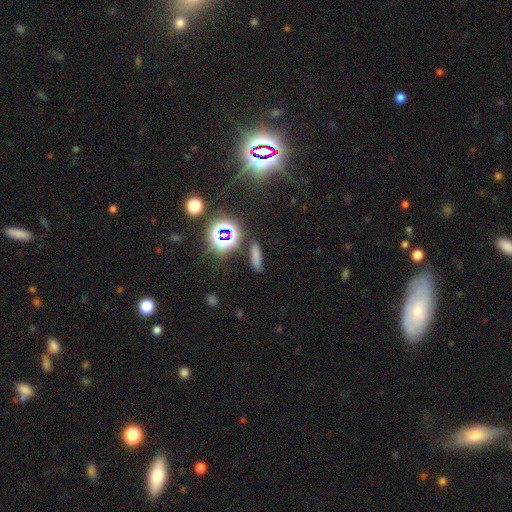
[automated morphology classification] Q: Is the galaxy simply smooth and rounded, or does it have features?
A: smooth — 64%.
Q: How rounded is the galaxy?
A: cigar-shaped — 66%.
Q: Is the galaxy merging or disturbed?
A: none — 81%.